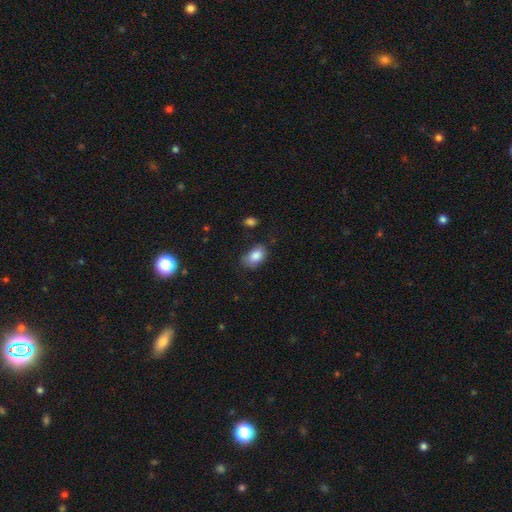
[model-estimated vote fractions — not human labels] The model was most divided on "merging": none: 66%, minor disturbance: 25%, major disturbance: 6%, merger: 2%. More confident: how rounded — in between (87%); smooth or featured — smooth (85%).